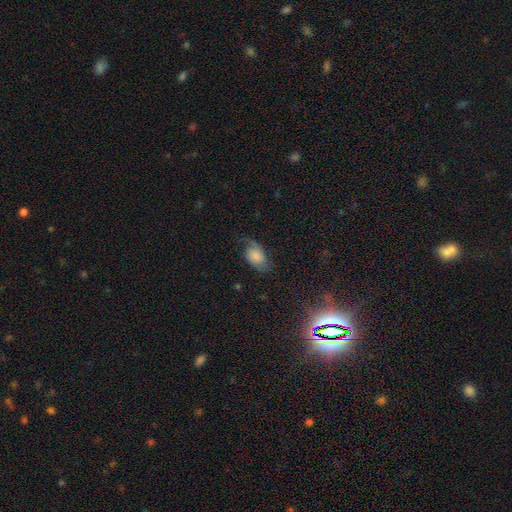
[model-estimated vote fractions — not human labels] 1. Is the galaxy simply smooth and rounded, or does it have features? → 54% smooth, 35% featured or disk, 10% star or artifact.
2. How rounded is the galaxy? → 86% in between, 12% round, 2% cigar-shaped.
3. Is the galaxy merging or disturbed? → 53% none, 28% minor disturbance, 18% major disturbance, 2% merger.